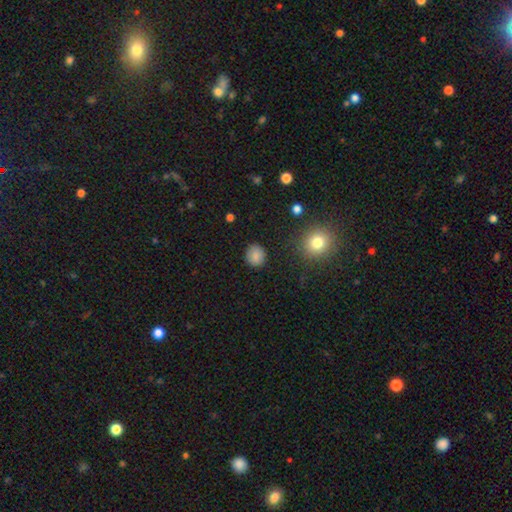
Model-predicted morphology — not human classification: Smooth or featured?
  - smooth: 85% *
  - star or artifact: 10%
  - featured or disk: 5%
How rounded?
  - round: 84% *
  - in between: 15%
  - cigar-shaped: 1%
Merging?
  - none: 88% *
  - minor disturbance: 8%
  - major disturbance: 3%
  - merger: 1%